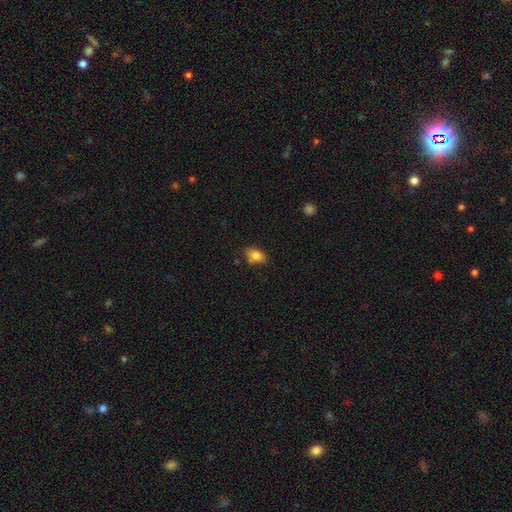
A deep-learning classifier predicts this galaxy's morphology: type=smooth (80%); roundness=in between (82%); merging=none (69%).